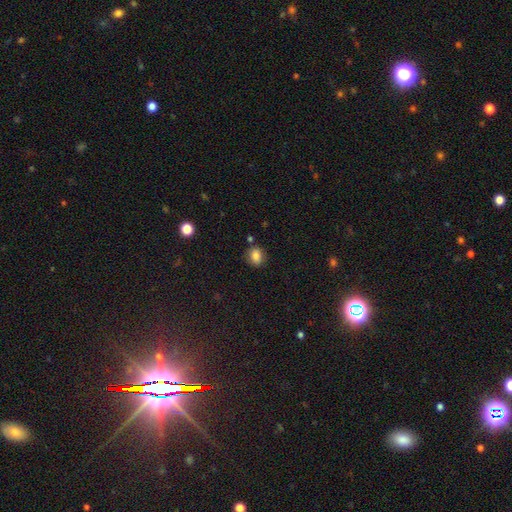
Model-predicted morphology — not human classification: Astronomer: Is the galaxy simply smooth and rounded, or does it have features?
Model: smooth — 83%.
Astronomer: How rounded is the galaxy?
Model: in between — 51% (runner-up: round, 48%).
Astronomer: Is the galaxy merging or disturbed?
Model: none — 80%.